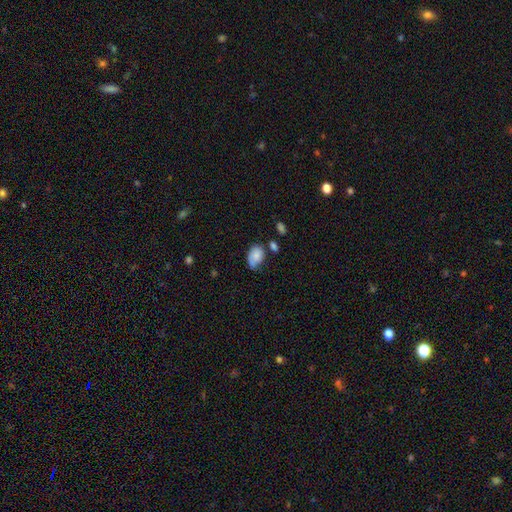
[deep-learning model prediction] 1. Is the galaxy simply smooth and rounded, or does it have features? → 75% smooth, 17% featured or disk, 8% star or artifact.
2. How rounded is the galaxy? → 81% in between, 18% round, 1% cigar-shaped.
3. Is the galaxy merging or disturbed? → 41% none, 35% minor disturbance, 15% major disturbance, 10% merger.